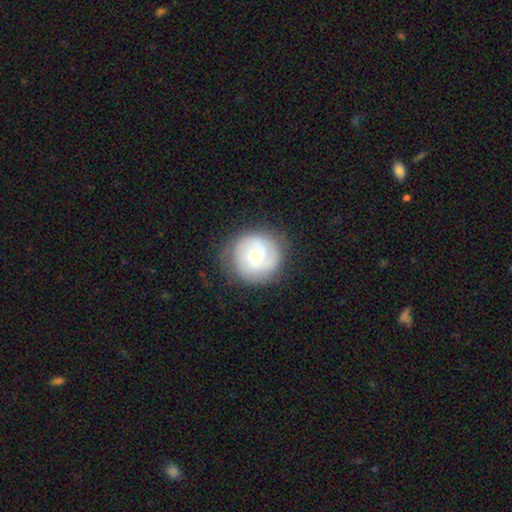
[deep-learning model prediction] The model was most divided on "spiral arm count": can't tell: 31%, 2: 30%, 3: 24%, 1: 6%, 4: 5%, more than 4: 4%. More confident: edge-on disk — no (98%); spiral arms — yes (89%); merging — none (81%); bar — no (71%); spiral winding — tight (65%); smooth or featured — featured or disk (64%); bulge size — small (60%).